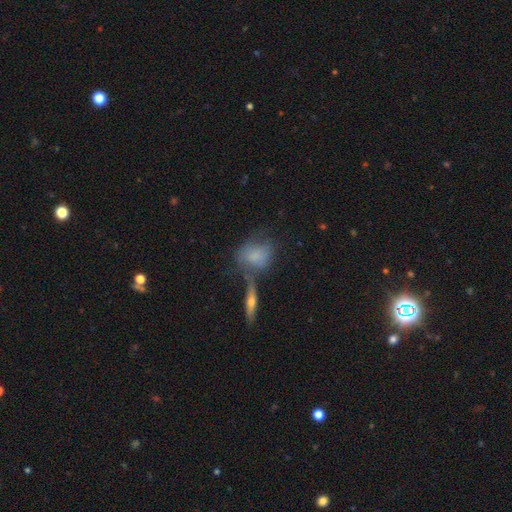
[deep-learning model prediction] This appears to be a smooth galaxy with no disk features (66%) that is in between round and cigar-shaped (54%). Merging: none (41%).